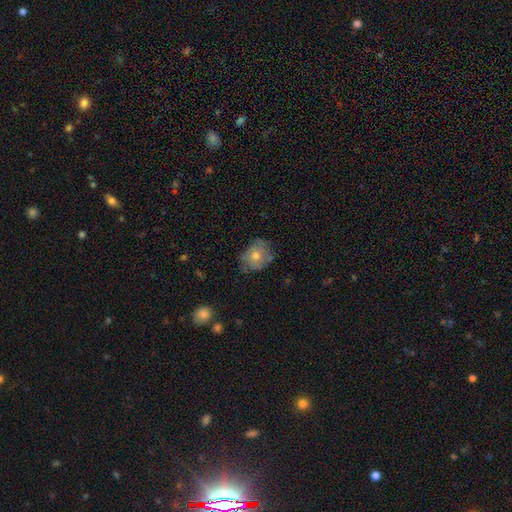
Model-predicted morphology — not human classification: Smooth or featured: smooth — 55% (featured or disk — 35%)
How rounded: round — 50% (in between — 48%)
Merging: none — 65% (minor disturbance — 25%)